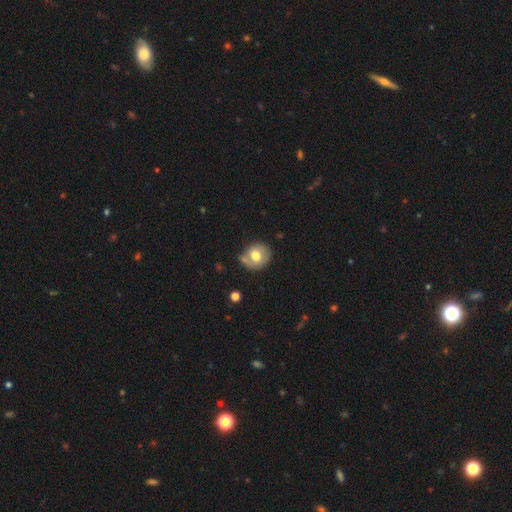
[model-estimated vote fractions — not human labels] The model was most divided on "merging": none: 60%, minor disturbance: 22%, merger: 11%, major disturbance: 7%. More confident: how rounded — round (76%); smooth or featured — smooth (65%).